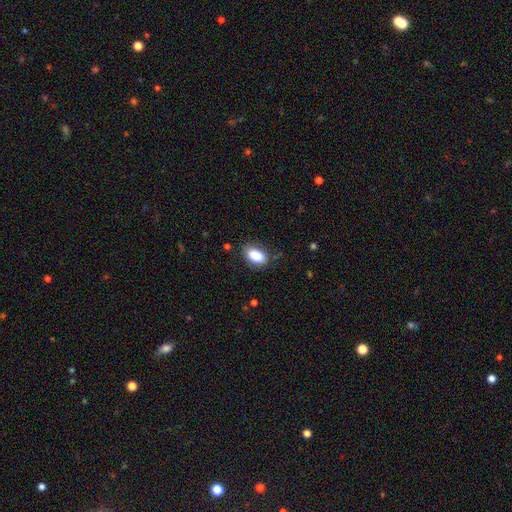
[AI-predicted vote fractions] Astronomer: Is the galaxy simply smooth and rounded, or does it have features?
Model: smooth — 87%.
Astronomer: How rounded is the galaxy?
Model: in between — 91%.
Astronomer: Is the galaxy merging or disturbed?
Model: none — 78%.